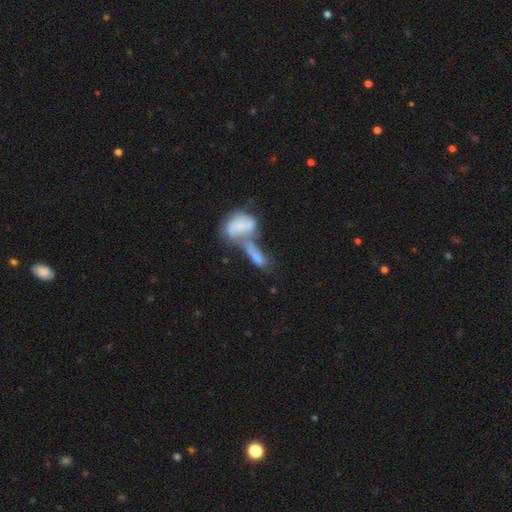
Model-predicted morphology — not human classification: Smooth or featured: smooth — 57% (featured or disk — 33%)
How rounded: in between — 68% (cigar-shaped — 25%)
Merging: merger — 67% (none — 16%)